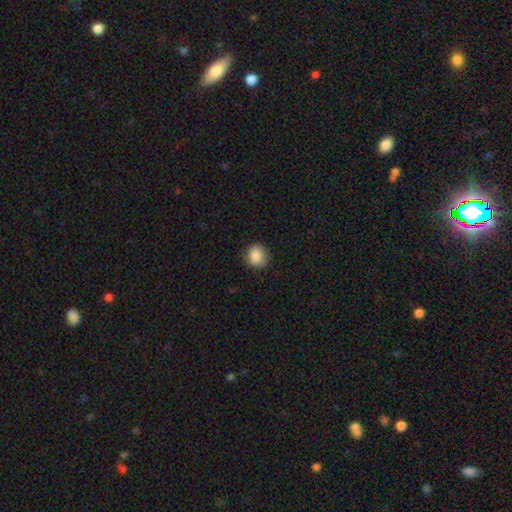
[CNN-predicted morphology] Q: Smooth or featured?
A: smooth (86%); runner-up: star or artifact (9%)
Q: How rounded?
A: round (76%); runner-up: in between (23%)
Q: Merging?
A: none (85%); runner-up: minor disturbance (12%)